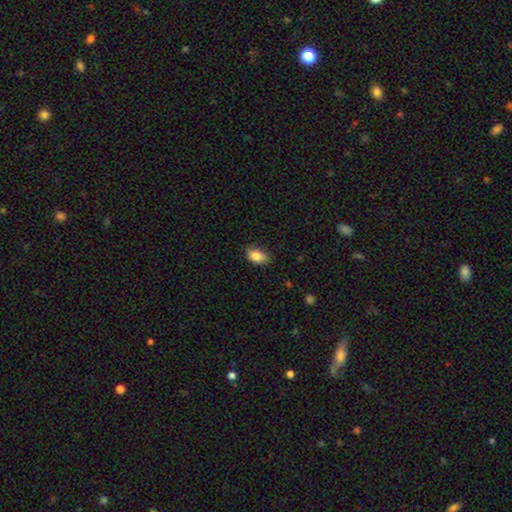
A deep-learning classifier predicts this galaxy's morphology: Q: Smooth or featured?
A: smooth (84%); runner-up: star or artifact (8%)
Q: How rounded?
A: in between (88%); runner-up: round (10%)
Q: Merging?
A: none (72%); runner-up: minor disturbance (23%)